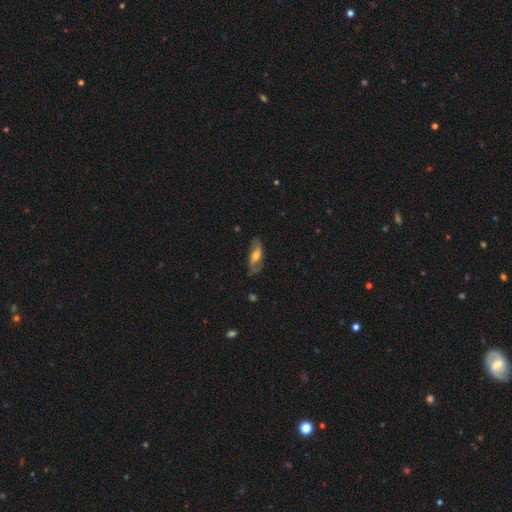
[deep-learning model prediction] Smooth or featured? featured or disk (59%)
Edge-on disk? no (82%)
Merging? none (74%)